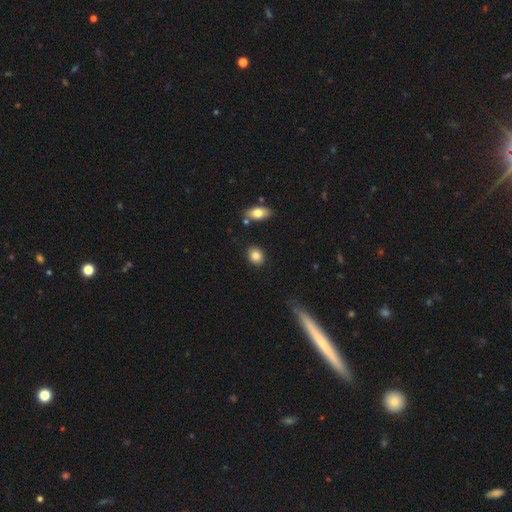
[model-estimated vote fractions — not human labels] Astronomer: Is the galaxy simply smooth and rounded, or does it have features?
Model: smooth — 85%.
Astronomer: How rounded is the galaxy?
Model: round — 56% (runner-up: in between, 42%).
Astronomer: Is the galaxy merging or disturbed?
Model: none — 87%.